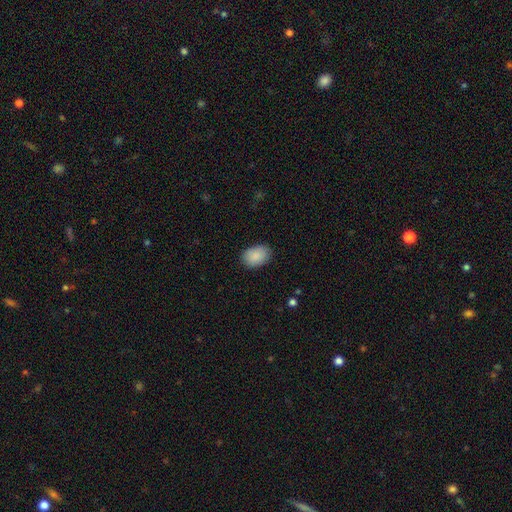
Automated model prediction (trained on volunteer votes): Smooth or featured?
  - smooth: 89% *
  - star or artifact: 7%
  - featured or disk: 4%
How rounded?
  - in between: 83% *
  - round: 16%
  - cigar-shaped: 1%
Merging?
  - none: 85% *
  - minor disturbance: 12%
  - major disturbance: 3%
  - merger: 1%